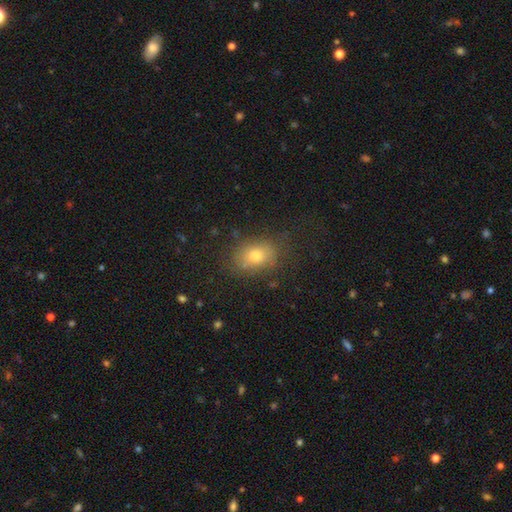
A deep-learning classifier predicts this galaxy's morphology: A smooth galaxy with no disk features (75%) that is in between round and cigar-shaped (71%). Merging: none (71%).